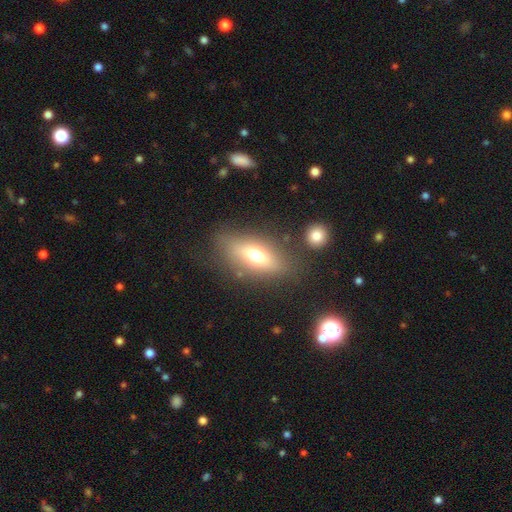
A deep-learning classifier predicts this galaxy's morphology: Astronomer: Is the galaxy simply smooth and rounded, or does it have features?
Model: smooth — 61%.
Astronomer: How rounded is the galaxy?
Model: in between — 76%.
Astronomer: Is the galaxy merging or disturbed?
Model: none — 74%.